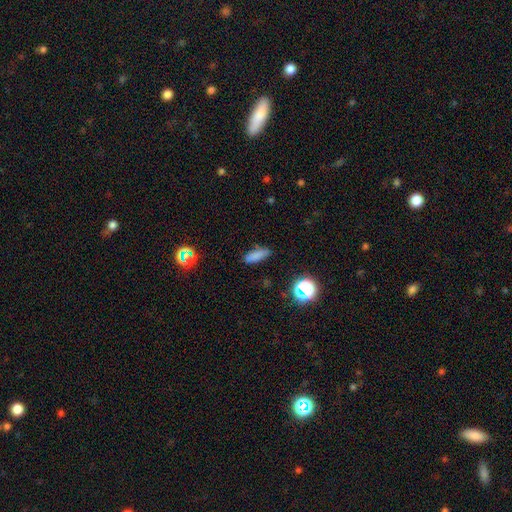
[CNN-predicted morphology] type=smooth (80%); roundness=in between (54%); merging=none (84%).